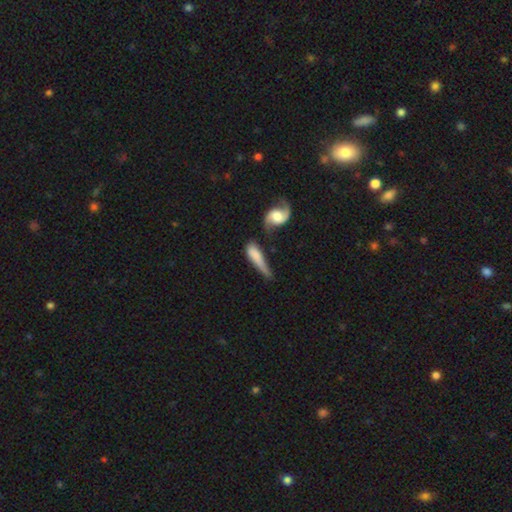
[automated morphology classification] smooth 56%, featured or disk 37%, star or artifact 7%. Down the decision tree: how rounded — cigar-shaped (68%); merging — none (31%).